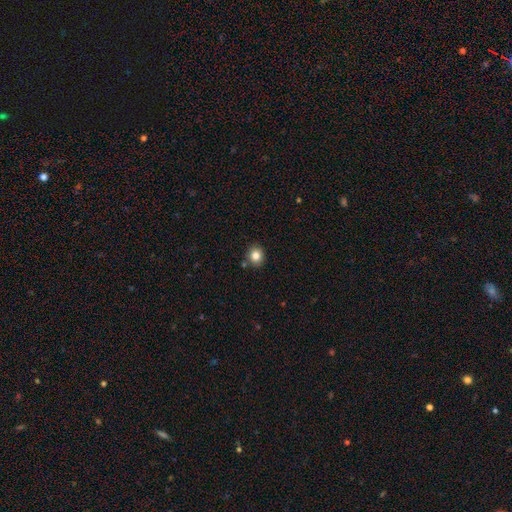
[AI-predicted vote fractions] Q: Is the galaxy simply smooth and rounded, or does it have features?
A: smooth — 83%.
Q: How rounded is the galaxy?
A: round — 77%.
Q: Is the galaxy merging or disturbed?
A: none — 85%.